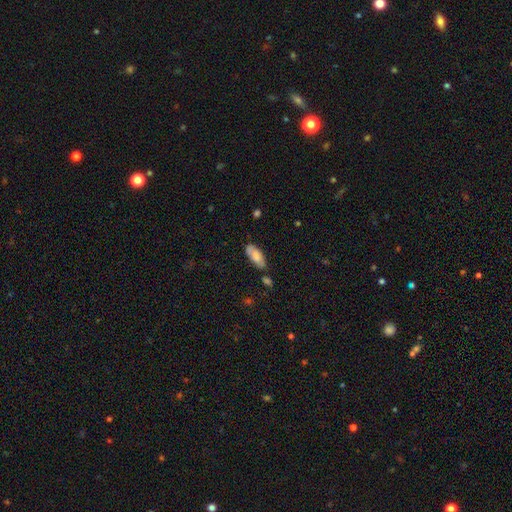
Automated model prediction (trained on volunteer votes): Overall: smooth (71%). How rounded: in between (83%). Merging: none (66%).